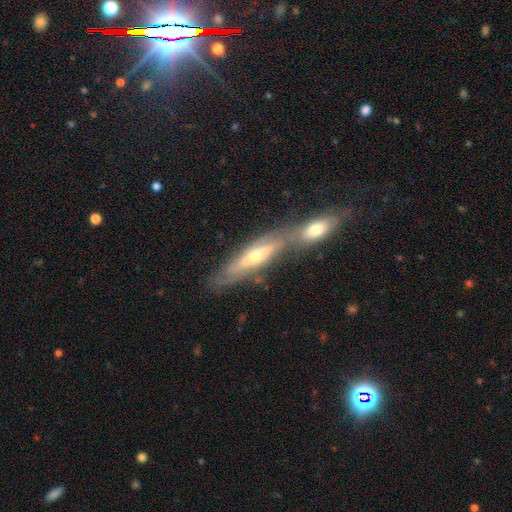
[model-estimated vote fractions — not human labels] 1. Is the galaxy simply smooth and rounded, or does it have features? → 66% featured or disk, 28% smooth, 6% star or artifact.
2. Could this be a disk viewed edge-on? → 52% no, 48% yes.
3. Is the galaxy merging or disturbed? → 43% none, 39% merger, 13% minor disturbance, 5% major disturbance.